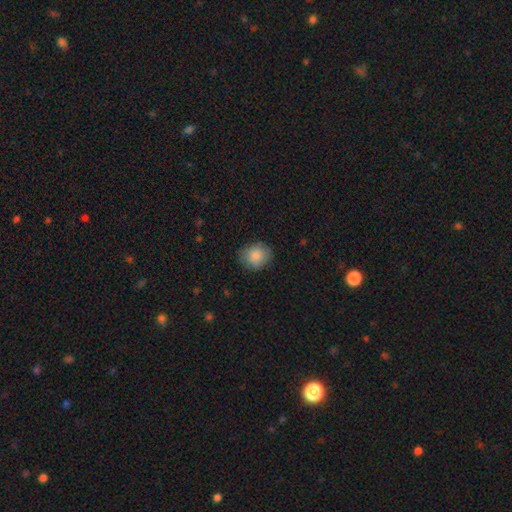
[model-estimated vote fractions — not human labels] This is clearly a smooth galaxy (86%). How rounded: likely round (64%). Merging: likely none (79%).